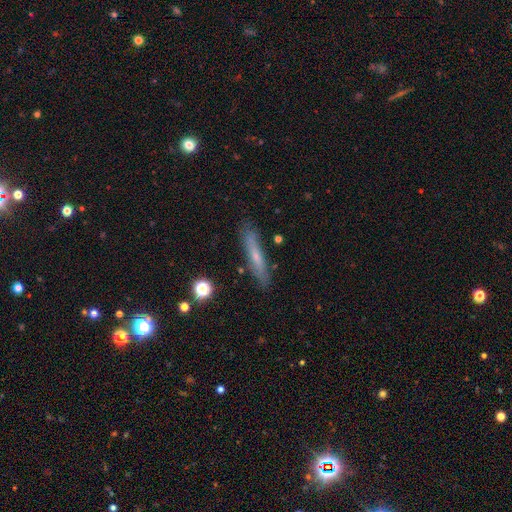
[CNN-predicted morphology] This appears to be a smooth galaxy with no disk features (51%) that is cigar-shaped (90%). Merging: none (83%).